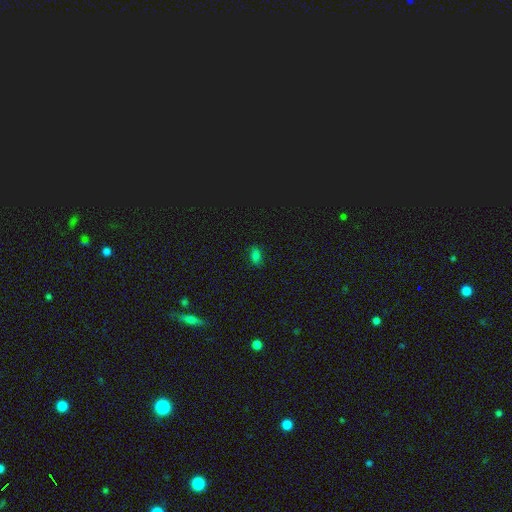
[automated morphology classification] This appears to be a smooth galaxy with no disk features (72%) that is in between round and cigar-shaped (82%). Merging: none (84%).